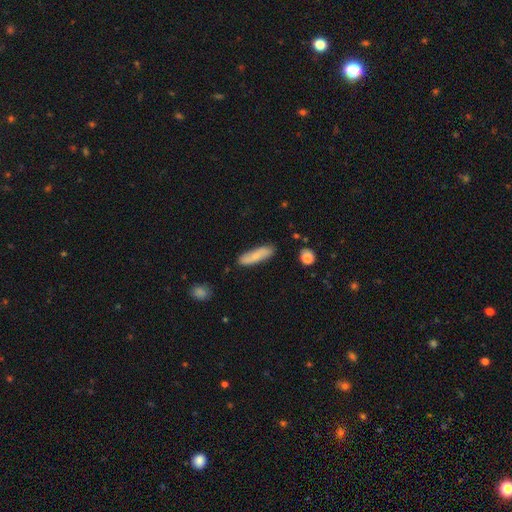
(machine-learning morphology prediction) Smooth or featured: smooth — 69% (featured or disk — 25%)
How rounded: cigar-shaped — 62% (in between — 36%)
Merging: none — 83% (minor disturbance — 12%)